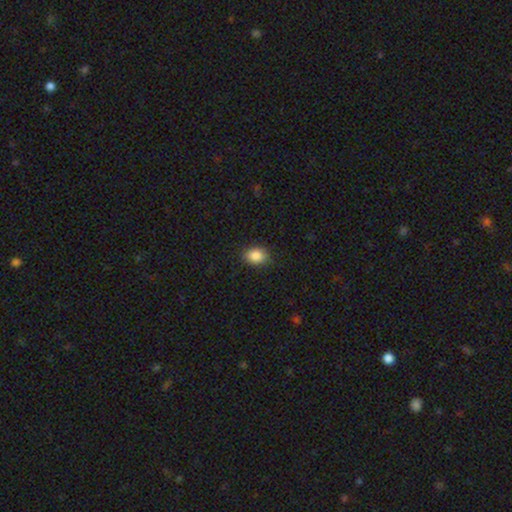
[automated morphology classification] This appears to be a smooth galaxy with no disk features (87%) that is in between round and cigar-shaped (69%). Merging: none (87%).